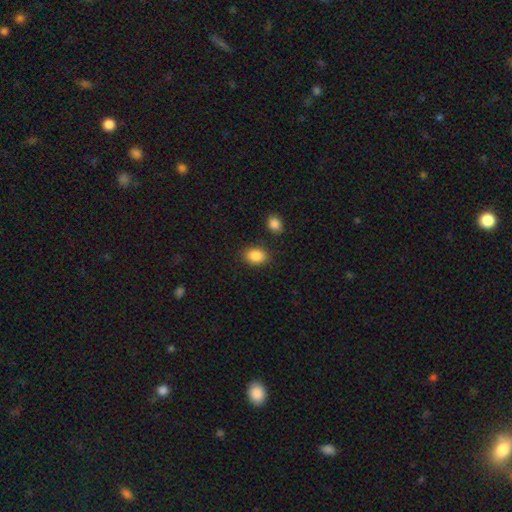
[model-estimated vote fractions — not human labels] smooth_or_featured: smooth (p=0.87) [alt: star or artifact p=0.08]
how_rounded: in between (p=0.73) [alt: round p=0.25]
merging: none (p=0.83) [alt: minor disturbance p=0.10]